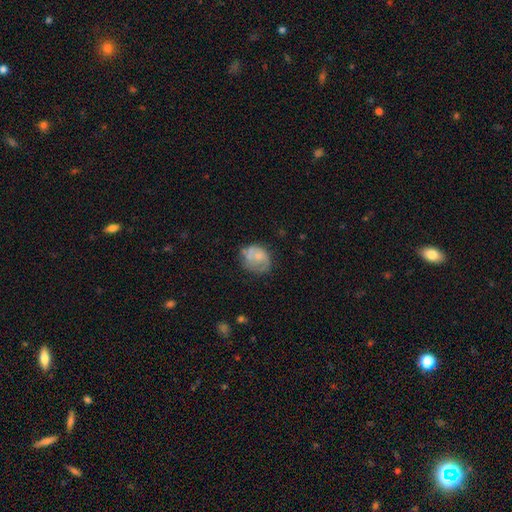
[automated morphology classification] smooth-or-featured: smooth: 52% | featured or disk: 39% | star or artifact: 8%
  how-rounded: round: 61% | in between: 38% | cigar-shaped: 1%
  merging: none: 48% | minor disturbance: 29% | major disturbance: 17% | merger: 5%